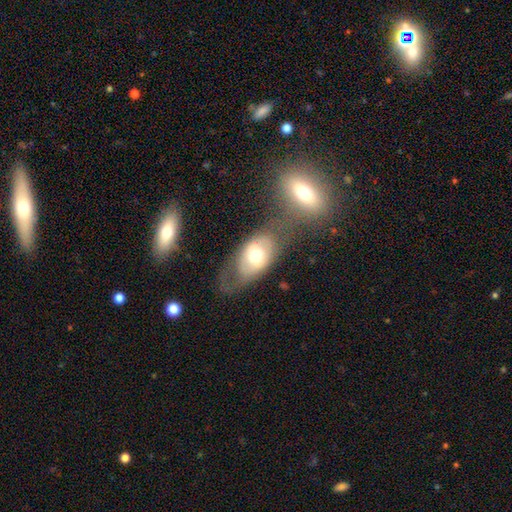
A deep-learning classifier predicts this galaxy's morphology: smooth 52%, featured or disk 40%, star or artifact 7%. Down the decision tree: how rounded — in between (86%); merging — none (52%).